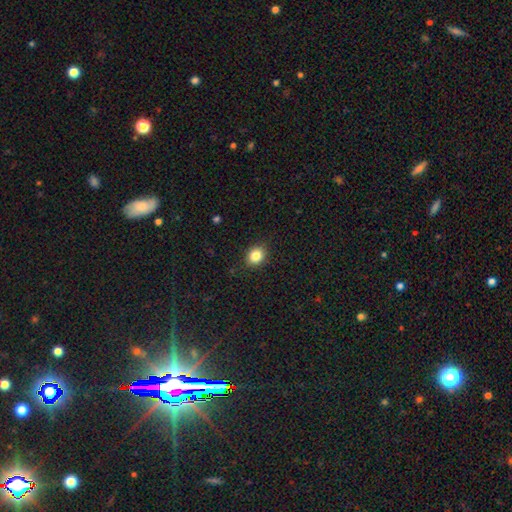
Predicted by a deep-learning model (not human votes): Smooth or featured? smooth (85%)
How rounded? round (58%)
Merging? none (88%)